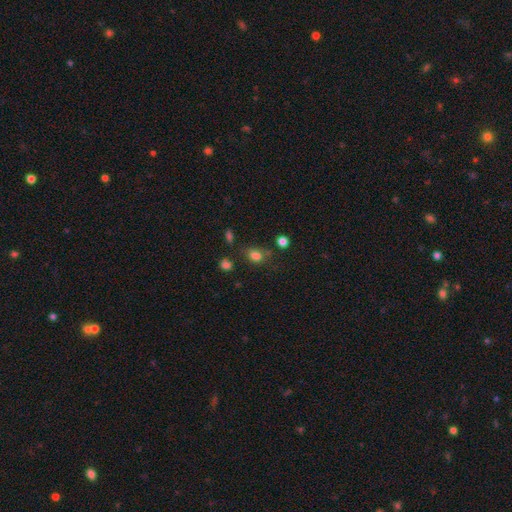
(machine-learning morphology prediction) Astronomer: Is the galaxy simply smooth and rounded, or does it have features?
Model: smooth — 78%.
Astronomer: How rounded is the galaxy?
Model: in between — 63%.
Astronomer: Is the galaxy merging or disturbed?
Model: none — 62%.